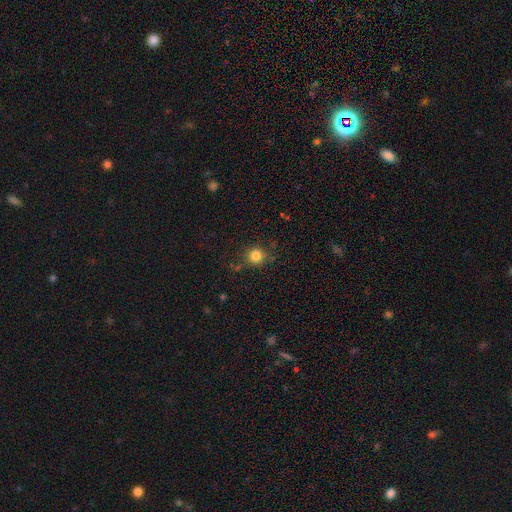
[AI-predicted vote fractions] smooth 82%, star or artifact 13%, featured or disk 6%. Down the decision tree: how rounded — round (90%); merging — none (80%).